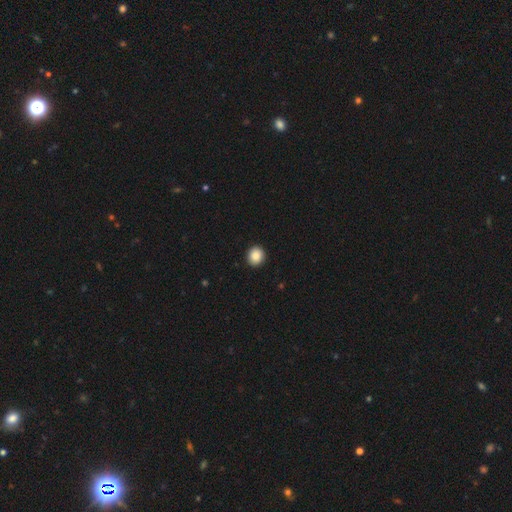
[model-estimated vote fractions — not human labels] Smooth or featured?
  - smooth: 88% *
  - star or artifact: 8%
  - featured or disk: 3%
How rounded?
  - round: 86% *
  - in between: 13%
  - cigar-shaped: 1%
Merging?
  - none: 93% *
  - minor disturbance: 5%
  - major disturbance: 1%
  - merger: 1%